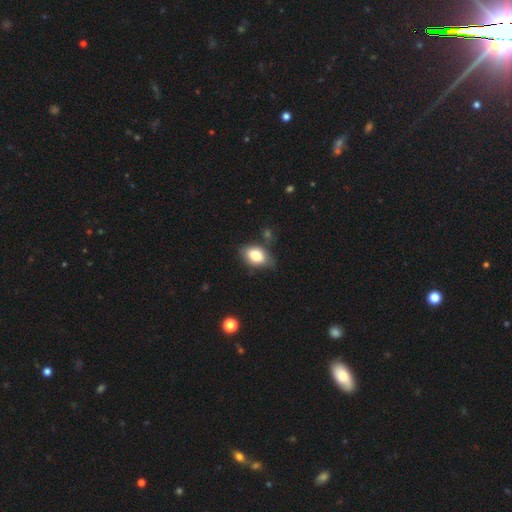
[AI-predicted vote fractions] smooth_or_featured: smooth (p=0.80) [alt: featured or disk p=0.13]
how_rounded: in between (p=0.87) [alt: round p=0.11]
merging: none (p=0.67) [alt: minor disturbance p=0.23]